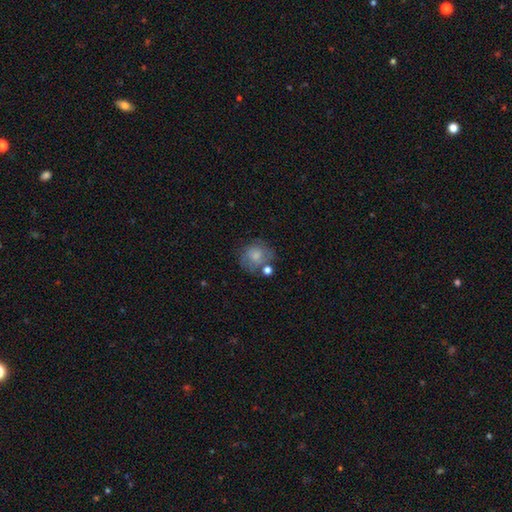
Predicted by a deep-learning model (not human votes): smooth-or-featured: smooth: 65% | featured or disk: 26% | star or artifact: 9%
  how-rounded: round: 79% | in between: 20% | cigar-shaped: 1%
  merging: none: 55% | minor disturbance: 21% | merger: 13% | major disturbance: 11%